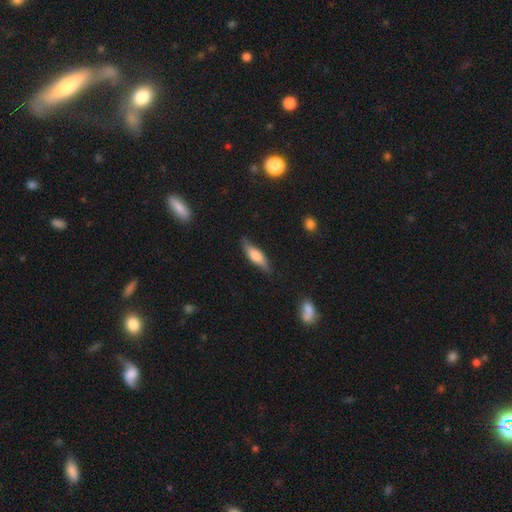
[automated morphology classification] The model was most divided on "how rounded": cigar-shaped: 55%, in between: 43%, round: 2%. More confident: merging — none (78%); smooth or featured — smooth (62%).